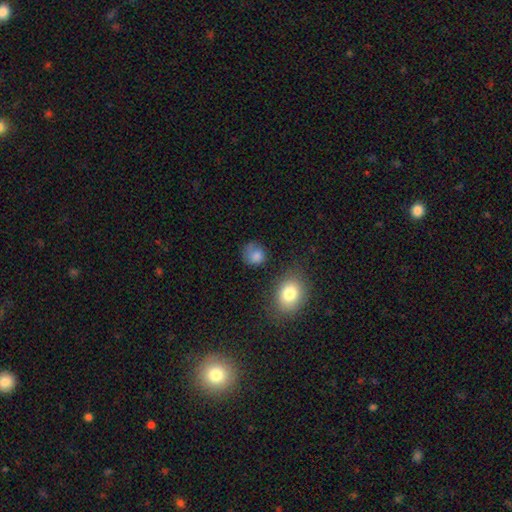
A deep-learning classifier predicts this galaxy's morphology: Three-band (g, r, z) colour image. It shows a smooth galaxy with no disk features (81%) that is round (79%). Merging: none (61%).